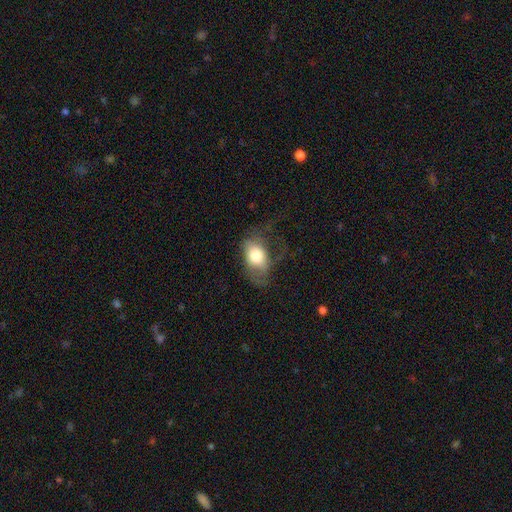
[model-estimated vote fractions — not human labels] This is likely a smooth galaxy (69%). How rounded: likely in between (79%). Merging: marginally major disturbance (41%).